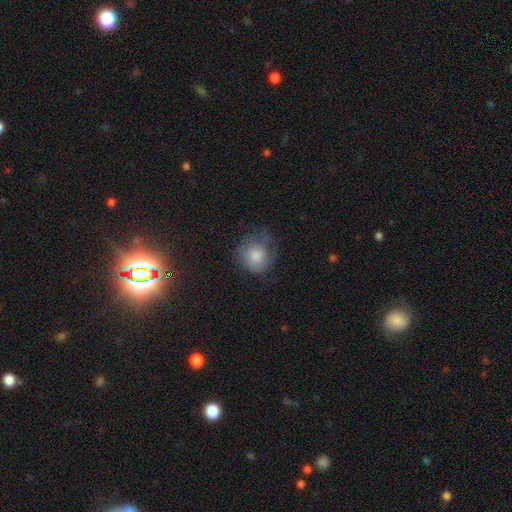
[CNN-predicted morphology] This appears to be a smooth galaxy with no disk features (69%) that is round (85%). Merging: none (48%).